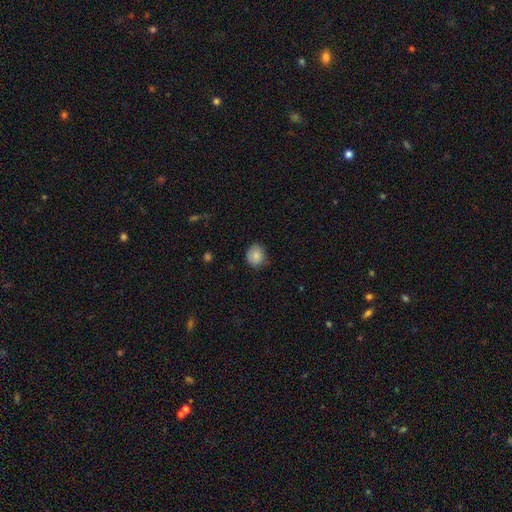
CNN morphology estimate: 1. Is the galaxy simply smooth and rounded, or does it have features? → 84% smooth, 8% star or artifact, 8% featured or disk.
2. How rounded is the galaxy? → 71% round, 28% in between, 1% cigar-shaped.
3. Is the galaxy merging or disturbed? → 69% none, 26% minor disturbance, 4% major disturbance, 1% merger.